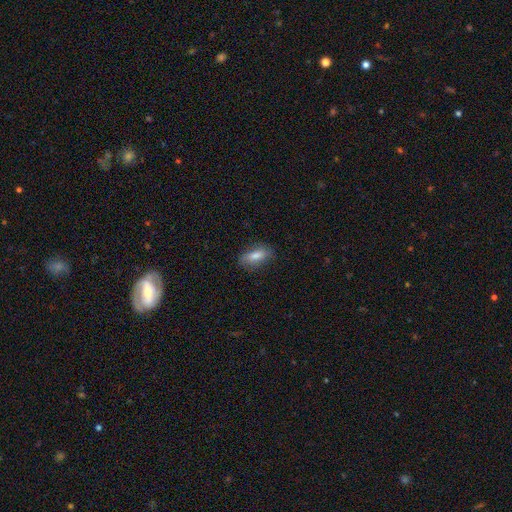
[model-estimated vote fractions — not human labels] Smooth or featured: smooth — 74% (featured or disk — 18%)
How rounded: in between — 79% (cigar-shaped — 17%)
Merging: none — 79% (minor disturbance — 16%)